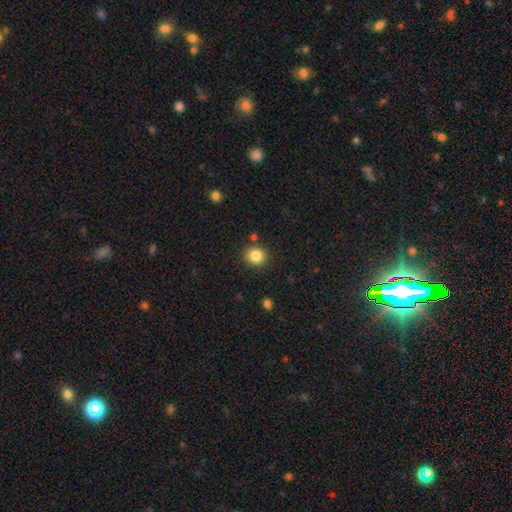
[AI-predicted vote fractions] Smooth or featured? smooth (85%)
How rounded? round (88%)
Merging? none (88%)